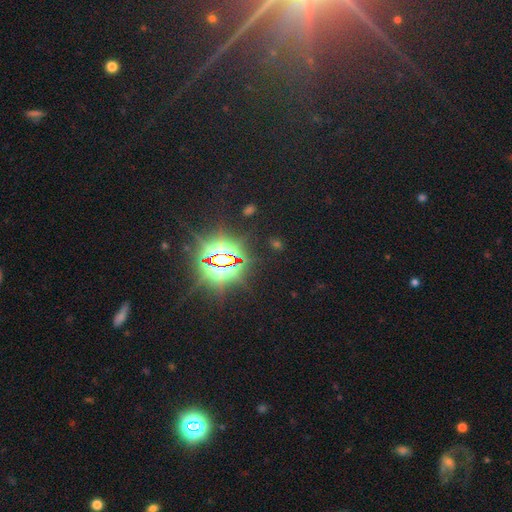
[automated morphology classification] Q: Smooth or featured?
A: star or artifact (79%); runner-up: smooth (13%)